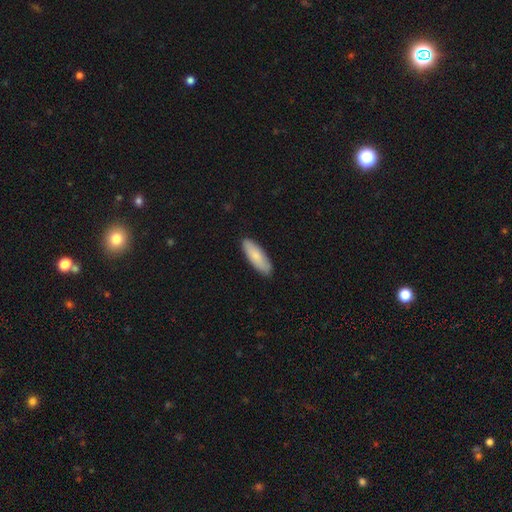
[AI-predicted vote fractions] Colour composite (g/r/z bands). It shows a smooth galaxy with no disk features (83%) that is in between round and cigar-shaped (58%). Merging: none (89%).